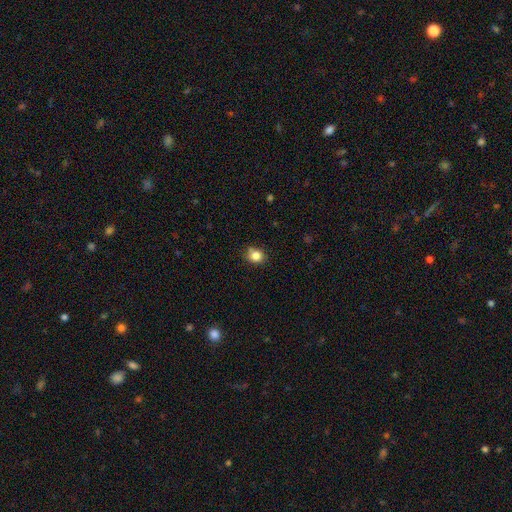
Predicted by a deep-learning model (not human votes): This appears to be a smooth galaxy with no disk features (82%) that is round (69%). Merging: none (71%).